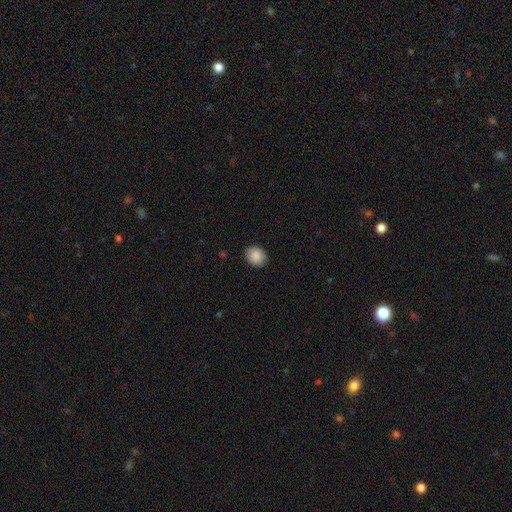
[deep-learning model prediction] The model was most divided on "how rounded": round: 56%, in between: 44%, cigar-shaped: 1%. More confident: smooth or featured — smooth (89%); merging — none (87%).